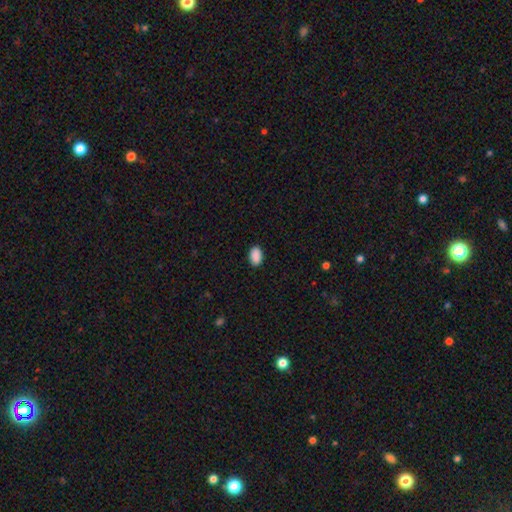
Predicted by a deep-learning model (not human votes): This is clearly a smooth galaxy (90%). How rounded: clearly in between (91%). Merging: clearly none (87%).